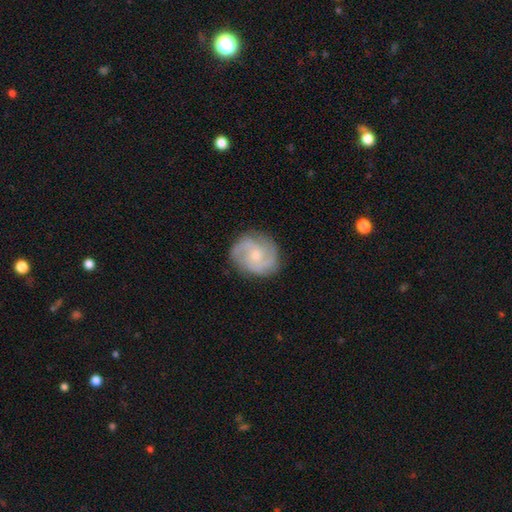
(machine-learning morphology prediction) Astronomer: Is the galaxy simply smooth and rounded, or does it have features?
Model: featured or disk — 76%.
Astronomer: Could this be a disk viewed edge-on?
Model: no — 98%.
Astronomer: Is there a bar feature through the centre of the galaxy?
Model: no — 66%.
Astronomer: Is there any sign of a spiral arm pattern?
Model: yes — 95%.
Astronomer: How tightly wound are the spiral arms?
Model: medium — 48% (runner-up: tight, 36%).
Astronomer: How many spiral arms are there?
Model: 3 — 36% (runner-up: 2, 35%).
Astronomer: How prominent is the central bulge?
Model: small — 57% (runner-up: moderate, 38%).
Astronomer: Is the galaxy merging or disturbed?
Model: none — 80%.